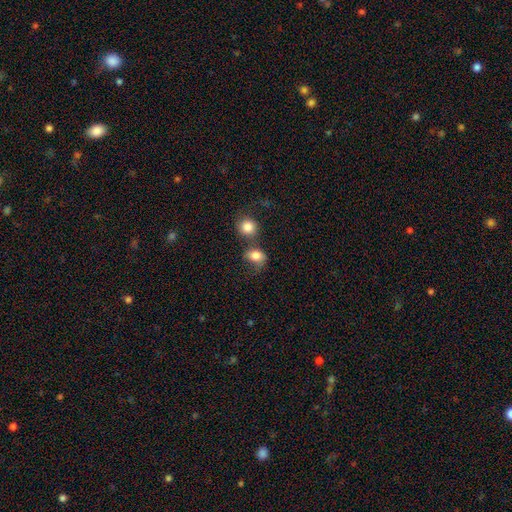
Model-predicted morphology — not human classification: This is clearly a smooth galaxy (80%). How rounded: possibly round (51%). Merging: marginally merger (36%).